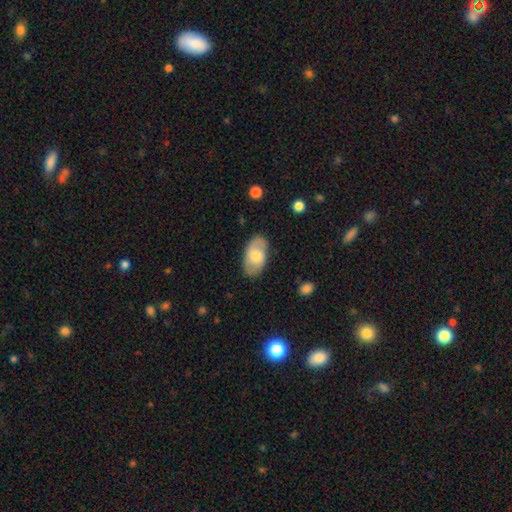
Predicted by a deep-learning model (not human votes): Overall: smooth (61%; featured or disk 33%). How rounded: in between (94%). Merging: none (80%).